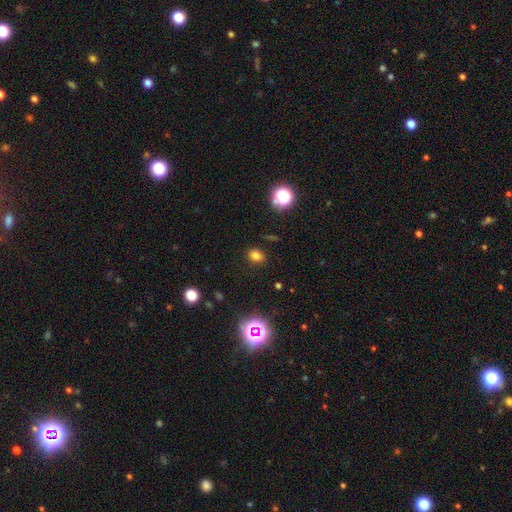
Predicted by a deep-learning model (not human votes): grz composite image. It shows a smooth galaxy with no disk features (75%) that is in between round and cigar-shaped (58%). Merging: none (86%).